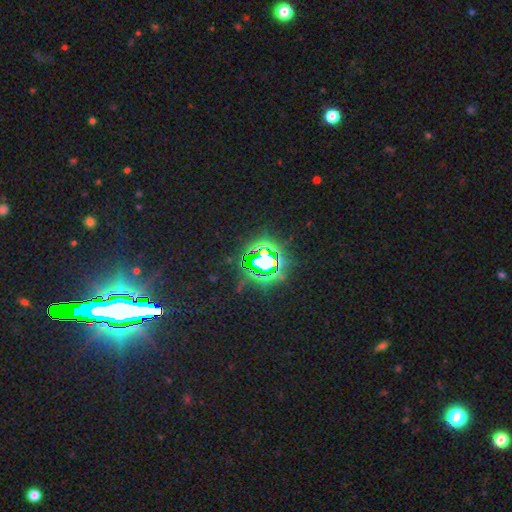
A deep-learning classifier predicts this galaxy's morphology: A star or artifact, not a galaxy (78%).

Vote fractions:
- Smooth or featured? star or artifact: 78% / smooth: 12% / featured or disk: 10%